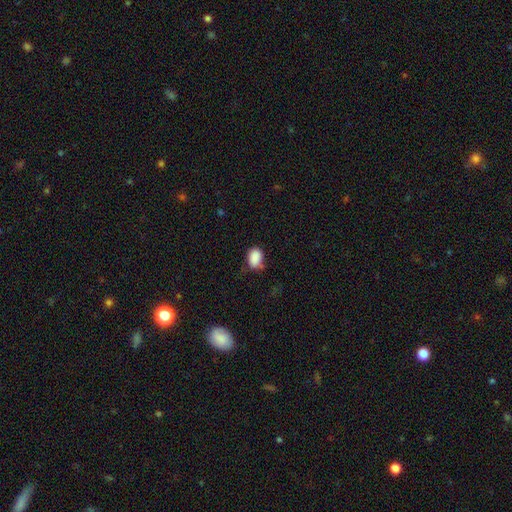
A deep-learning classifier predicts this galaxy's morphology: Overall: smooth (87%). How rounded: in between (77%). Merging: none (57%; minor disturbance 30%).